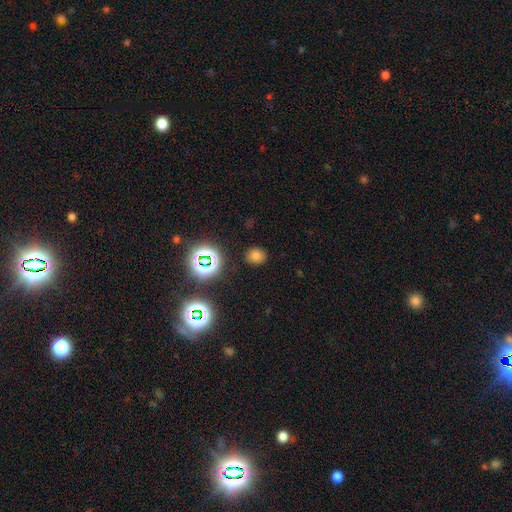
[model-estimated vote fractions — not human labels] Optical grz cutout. It shows a smooth galaxy with no disk features (70%) that is round (70%). Merging: none (85%).